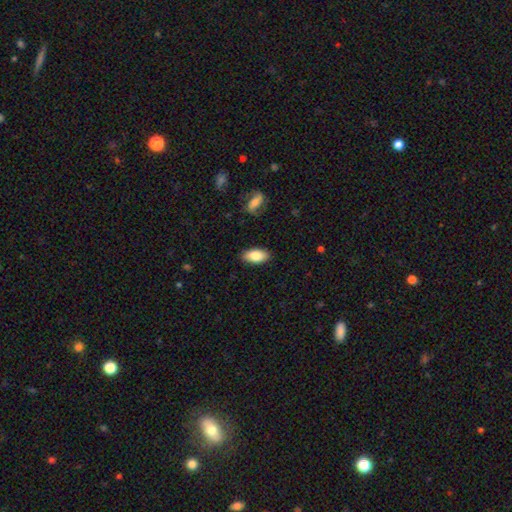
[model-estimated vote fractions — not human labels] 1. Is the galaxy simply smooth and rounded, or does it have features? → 83% smooth, 10% featured or disk, 7% star or artifact.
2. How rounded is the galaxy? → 92% in between, 5% cigar-shaped, 3% round.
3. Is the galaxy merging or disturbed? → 86% none, 10% minor disturbance, 2% major disturbance, 1% merger.